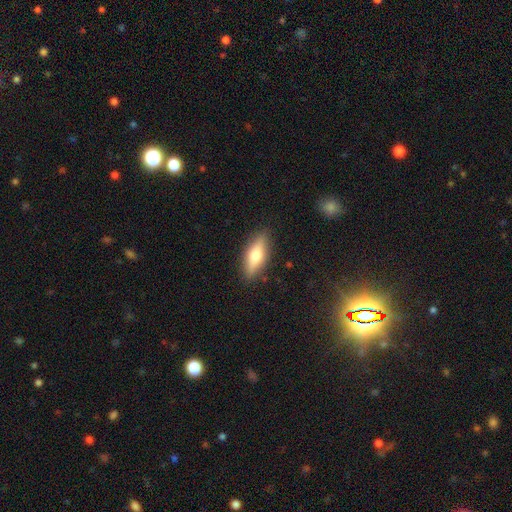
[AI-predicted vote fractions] The model was most divided on "how rounded": in between: 58%, cigar-shaped: 39%, round: 3%. More confident: merging — none (87%); smooth or featured — smooth (57%).